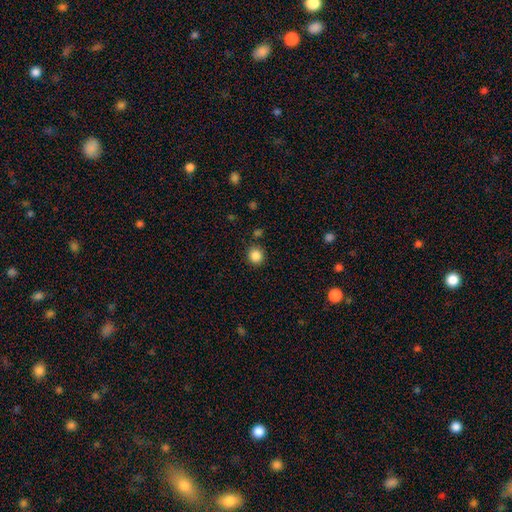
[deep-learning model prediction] Smooth or featured: smooth — 86% (star or artifact — 11%)
How rounded: round — 90% (in between — 9%)
Merging: none — 87% (minor disturbance — 7%)